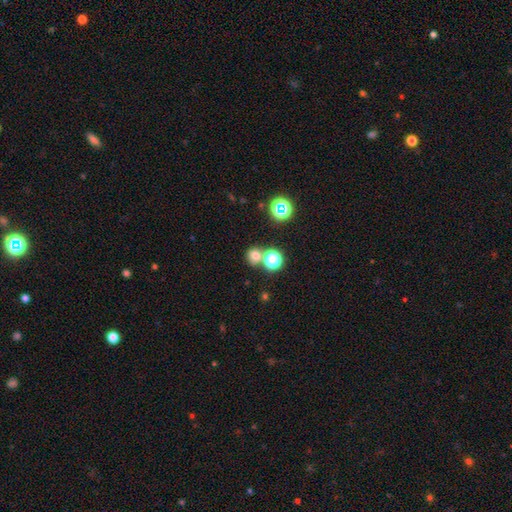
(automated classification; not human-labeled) Q: Smooth or featured?
A: smooth (68%); runner-up: star or artifact (24%)
Q: How rounded?
A: round (84%); runner-up: in between (15%)
Q: Merging?
A: none (63%); runner-up: merger (25%)